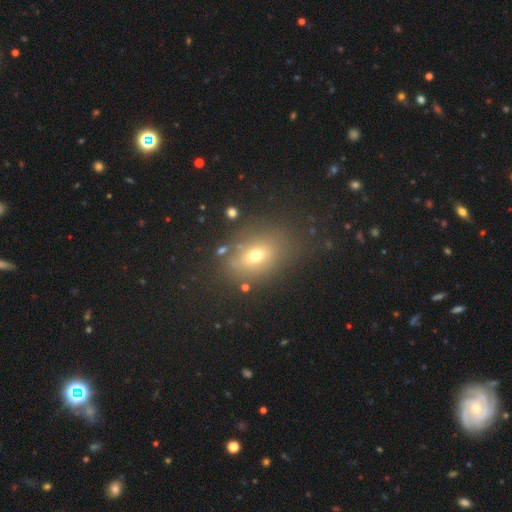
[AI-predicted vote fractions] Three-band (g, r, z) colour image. It shows a smooth galaxy with no disk features (63%) that is in between round and cigar-shaped (70%). Merging: none (74%).